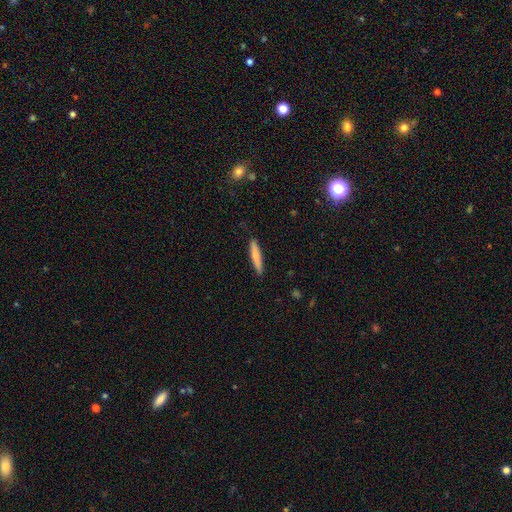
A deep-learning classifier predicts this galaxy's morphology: Q: Smooth or featured?
A: smooth (77%); runner-up: featured or disk (17%)
Q: How rounded?
A: cigar-shaped (92%); runner-up: in between (7%)
Q: Merging?
A: none (89%); runner-up: minor disturbance (8%)